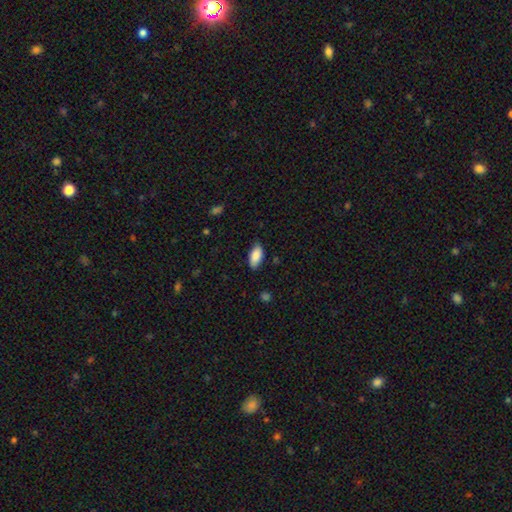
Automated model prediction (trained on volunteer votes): The model was most divided on "merging": none: 78%, minor disturbance: 17%, major disturbance: 3%, merger: 1%. More confident: how rounded — in between (91%); smooth or featured — smooth (86%).